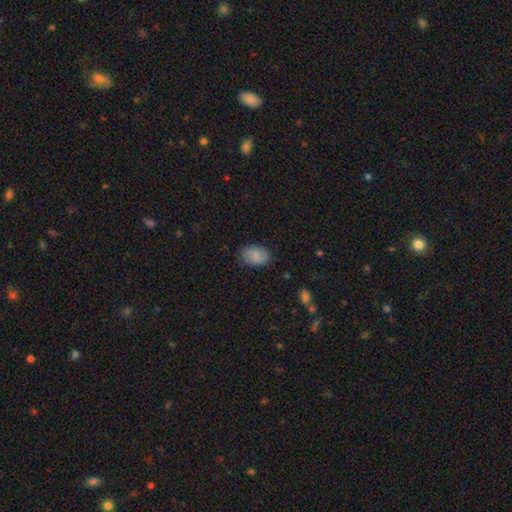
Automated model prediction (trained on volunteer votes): Overall: smooth (86%). How rounded: in between (91%). Merging: none (82%).